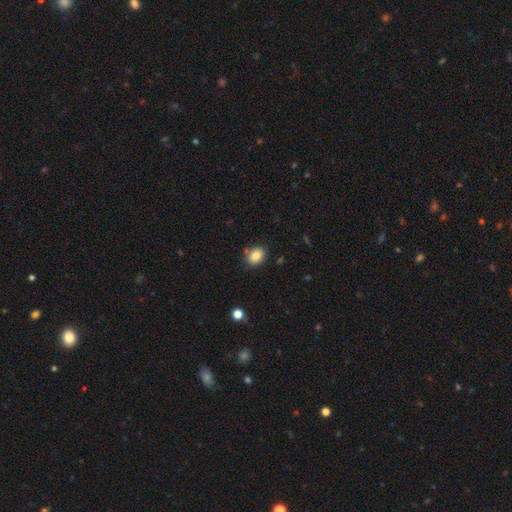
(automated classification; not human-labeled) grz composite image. It shows a smooth galaxy with no disk features (83%) that is in between round and cigar-shaped (53%). Merging: none (79%).